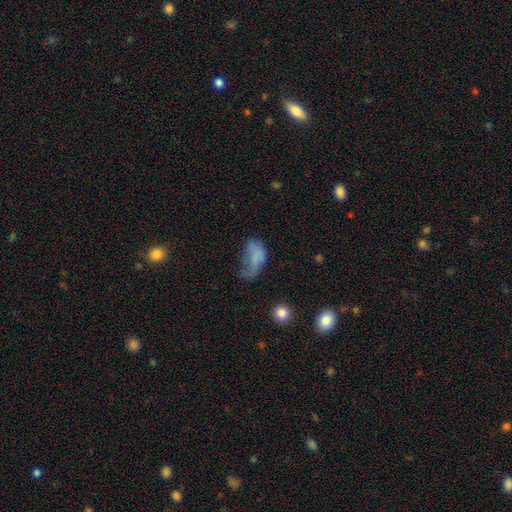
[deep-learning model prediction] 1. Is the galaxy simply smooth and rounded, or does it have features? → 59% smooth, 28% featured or disk, 13% star or artifact.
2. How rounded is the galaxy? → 89% in between, 8% round, 3% cigar-shaped.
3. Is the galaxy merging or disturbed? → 49% major disturbance, 24% minor disturbance, 22% none, 5% merger.